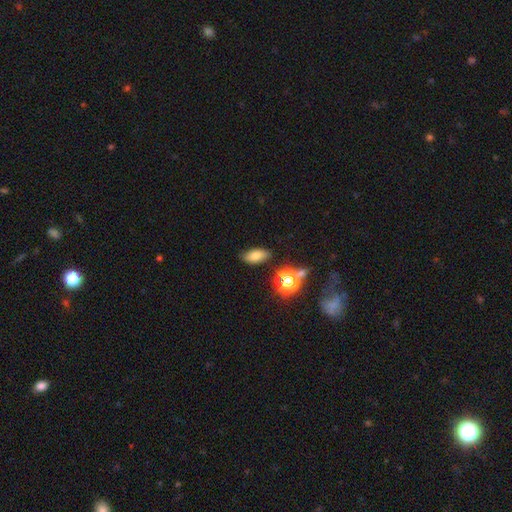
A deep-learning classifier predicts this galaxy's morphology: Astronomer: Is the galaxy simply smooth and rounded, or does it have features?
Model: smooth — 74%.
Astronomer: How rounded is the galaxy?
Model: in between — 83%.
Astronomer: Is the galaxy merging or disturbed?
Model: none — 83%.